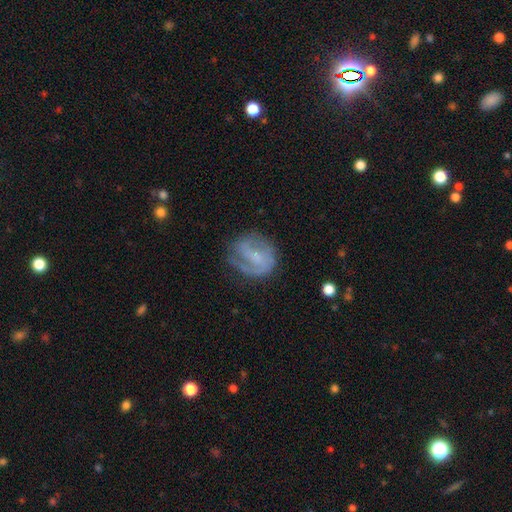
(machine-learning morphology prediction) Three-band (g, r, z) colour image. It shows a featured or disk galaxy (69%) with a weak bar (47%), 2 (47%) medium (41%) spiral arms (82%) and a small central bulge (54%). Merging: none (59%).